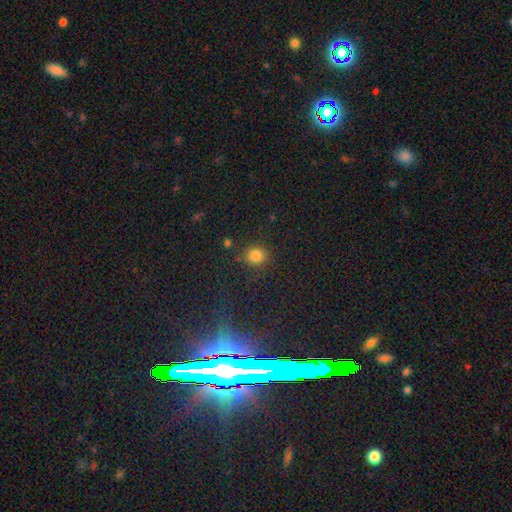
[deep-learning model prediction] Morphology: type=smooth (79%); roundness=round (86%); merging=none (81%).